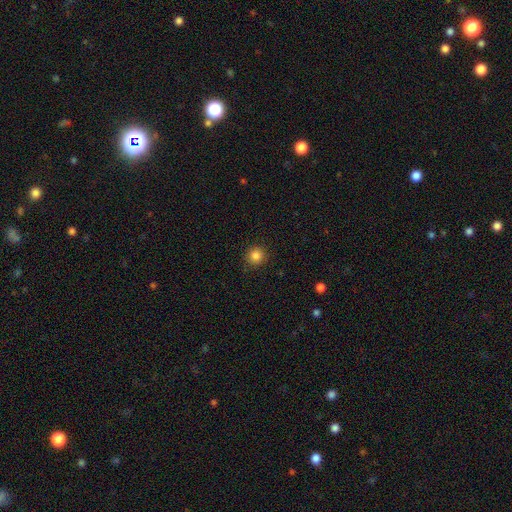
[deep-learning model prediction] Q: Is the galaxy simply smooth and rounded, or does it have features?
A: smooth — 85%.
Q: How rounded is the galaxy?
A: round — 92%.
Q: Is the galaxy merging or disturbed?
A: none — 90%.